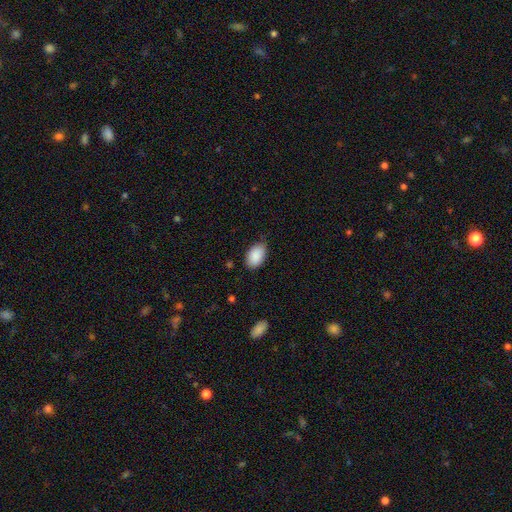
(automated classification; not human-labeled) This is clearly a smooth galaxy (90%). How rounded: clearly in between (92%). Merging: likely none (74%).